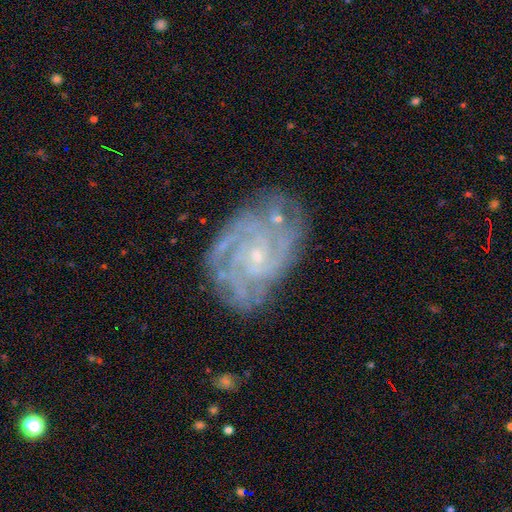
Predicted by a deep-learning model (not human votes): Smooth or featured? Predicted: featured or disk (p=0.85). Edge-on disk? Predicted: no (p=0.97). Bar? Predicted: no (p=0.68). Spiral arms? Predicted: yes (p=0.95). Spiral winding? Predicted: tight (p=0.63). Spiral arm count? Predicted: can't tell (p=0.29). Bulge size? Predicted: small (p=0.81). Merging? Predicted: none (p=0.70).